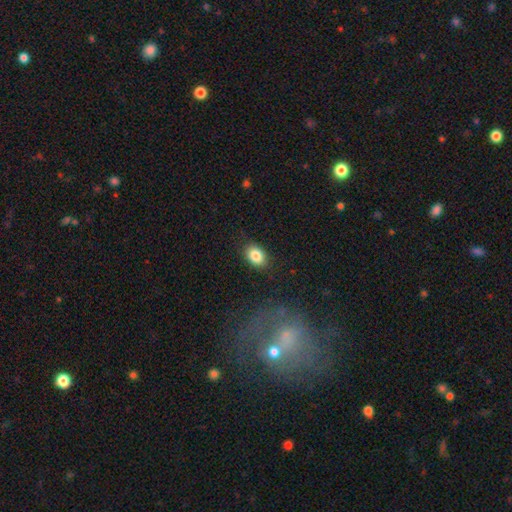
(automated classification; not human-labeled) Smooth or featured: smooth — 85% (star or artifact — 8%)
How rounded: in between — 73% (round — 26%)
Merging: none — 85% (minor disturbance — 11%)